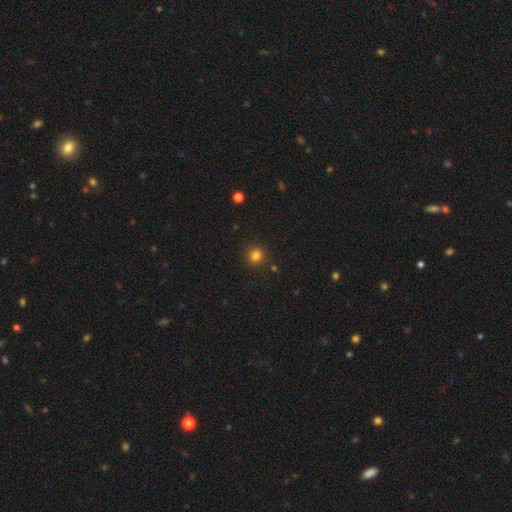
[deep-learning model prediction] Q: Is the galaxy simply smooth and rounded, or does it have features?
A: smooth — 82%.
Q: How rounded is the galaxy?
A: round — 89%.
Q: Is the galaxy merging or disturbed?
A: none — 89%.